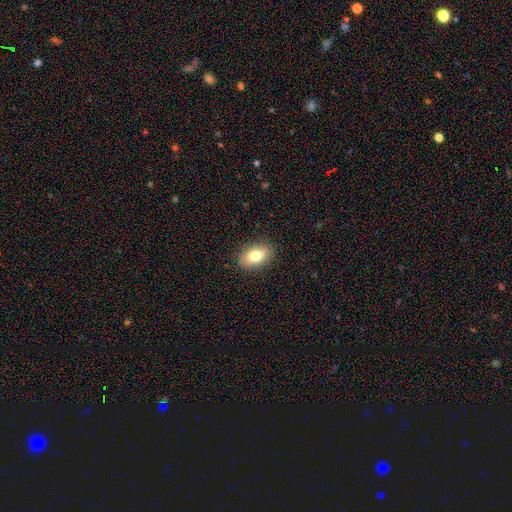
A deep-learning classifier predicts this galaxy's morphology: smooth 79%, featured or disk 13%, star or artifact 8%. Down the decision tree: how rounded — in between (89%); merging — none (87%).